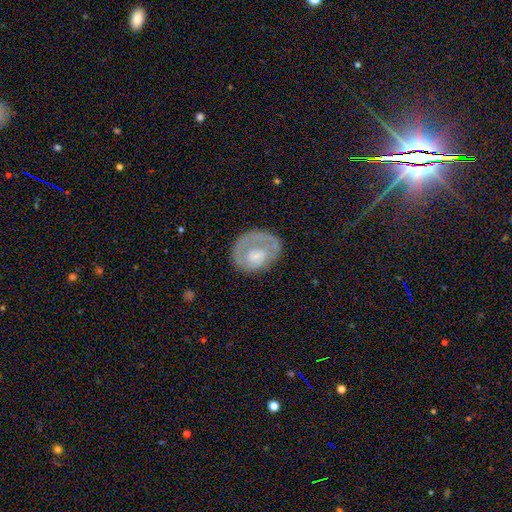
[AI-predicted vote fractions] Smooth or featured? Predicted: featured or disk (p=0.54). Edge-on disk? Predicted: no (p=0.96). Bar? Predicted: no (p=0.80). Spiral arms? Predicted: yes (p=0.54). Bulge size? Predicted: moderate (p=0.43). Merging? Predicted: none (p=0.60).